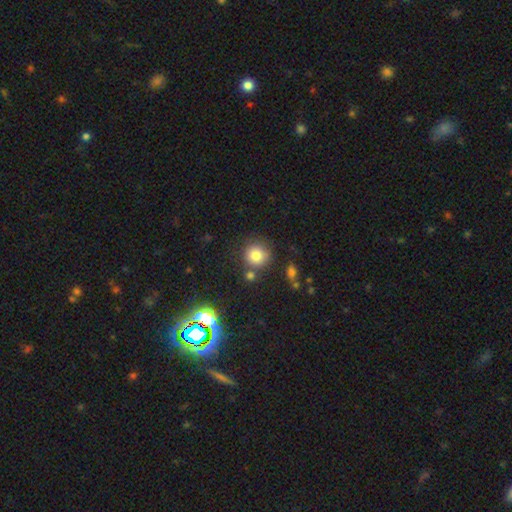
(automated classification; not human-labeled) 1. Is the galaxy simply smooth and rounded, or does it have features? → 82% smooth, 11% star or artifact, 7% featured or disk.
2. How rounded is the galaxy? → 91% round, 8% in between, 1% cigar-shaped.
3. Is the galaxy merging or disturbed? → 74% none, 12% minor disturbance, 11% merger, 4% major disturbance.